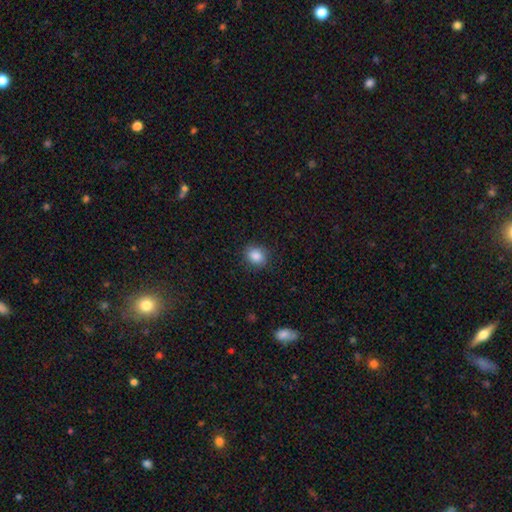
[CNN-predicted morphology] The model was most divided on "how rounded": round: 63%, in between: 36%, cigar-shaped: 1%. More confident: smooth or featured — smooth (87%); merging — none (86%).